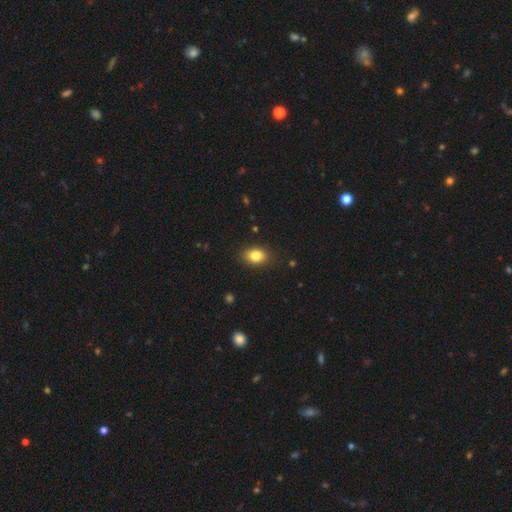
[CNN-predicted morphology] smooth 83%, star or artifact 9%, featured or disk 8%. Down the decision tree: how rounded — in between (75%); merging — none (87%).